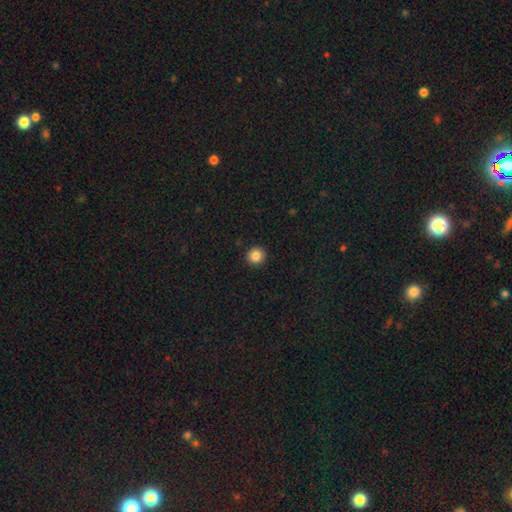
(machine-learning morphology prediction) Smooth or featured? smooth (85%)
How rounded? round (94%)
Merging? none (93%)